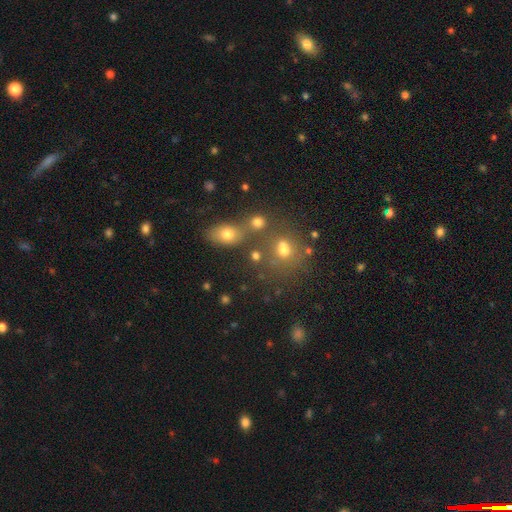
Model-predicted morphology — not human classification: This appears to be a smooth galaxy with no disk features (70%) that is round (61%). Merging: none (52%).